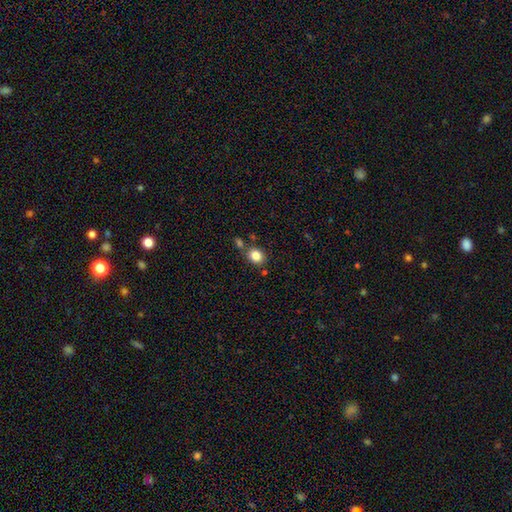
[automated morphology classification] This appears to be a smooth galaxy with no disk features (84%) that is round (55%). Merging: none (73%).